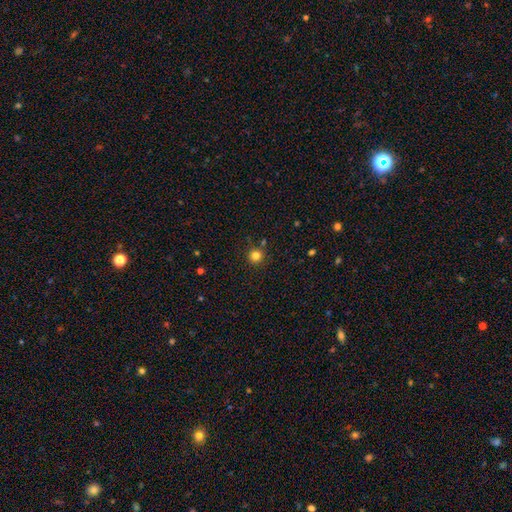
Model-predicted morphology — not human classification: A smooth galaxy with no disk features (81%) that is round (95%).

Vote fractions:
- Smooth or featured? smooth: 81% / star or artifact: 14% / featured or disk: 5%
- How rounded? round: 95% / in between: 4% / cigar-shaped: 1%
- Merging? none: 88% / minor disturbance: 7% / merger: 4% / major disturbance: 2%